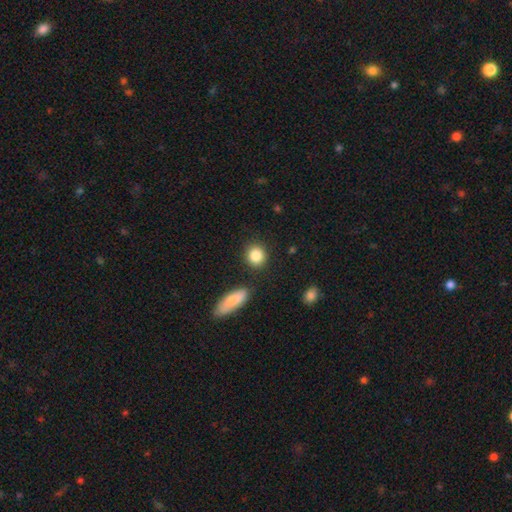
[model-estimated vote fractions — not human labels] smooth-or-featured: smooth: 86% | star or artifact: 8% | featured or disk: 6%
  how-rounded: round: 76% | in between: 21% | cigar-shaped: 2%
  merging: none: 84% | minor disturbance: 8% | merger: 5% | major disturbance: 3%